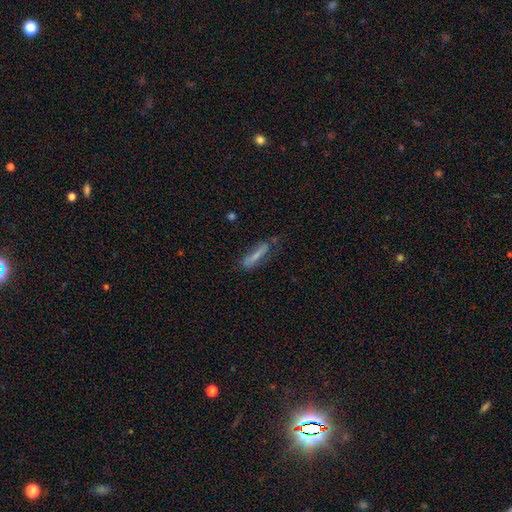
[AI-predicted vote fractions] smooth-or-featured: smooth: 61% | featured or disk: 30% | star or artifact: 9%
  how-rounded: cigar-shaped: 79% | in between: 19% | round: 2%
  merging: none: 55% | minor disturbance: 28% | major disturbance: 13% | merger: 5%